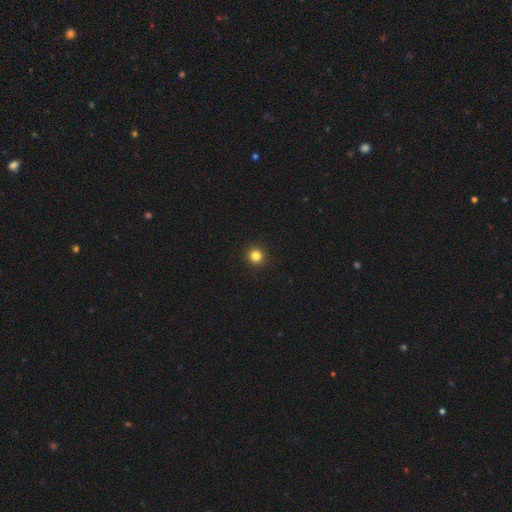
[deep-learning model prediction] This is clearly a smooth galaxy (83%). How rounded: clearly round (95%). Merging: clearly none (93%).